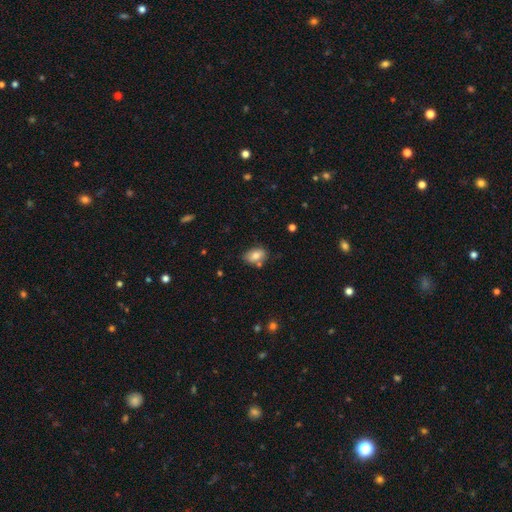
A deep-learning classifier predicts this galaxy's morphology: The model was most divided on "merging": none: 70%, minor disturbance: 15%, merger: 11%, major disturbance: 3%. More confident: how rounded — in between (85%); smooth or featured — smooth (78%).